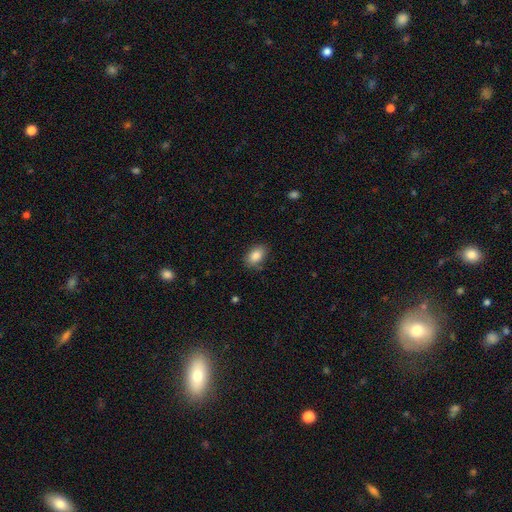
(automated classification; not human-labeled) smooth_or_featured: smooth (p=0.87) [alt: star or artifact p=0.08]
how_rounded: in between (p=0.89) [alt: round p=0.09]
merging: none (p=0.83) [alt: minor disturbance p=0.13]